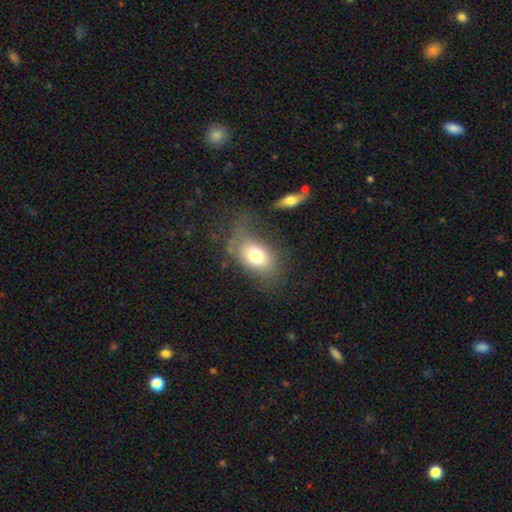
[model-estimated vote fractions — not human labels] smooth 73%, featured or disk 17%, star or artifact 9%. Down the decision tree: how rounded — in between (79%); merging — none (54%).